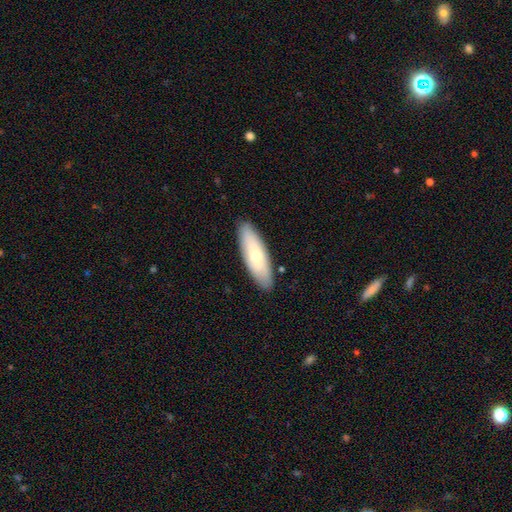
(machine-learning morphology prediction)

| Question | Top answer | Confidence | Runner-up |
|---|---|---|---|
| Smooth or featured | smooth | 61% | featured or disk (33%) |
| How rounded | in between | 59% | cigar-shaped (39%) |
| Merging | none | 88% | minor disturbance (9%) |